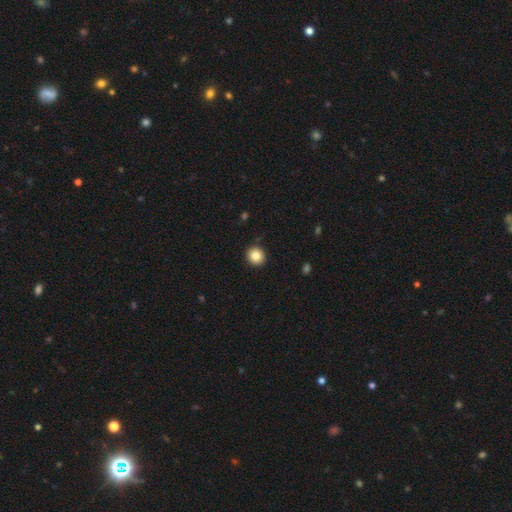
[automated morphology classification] Smooth or featured? smooth (85%)
How rounded? round (92%)
Merging? none (92%)